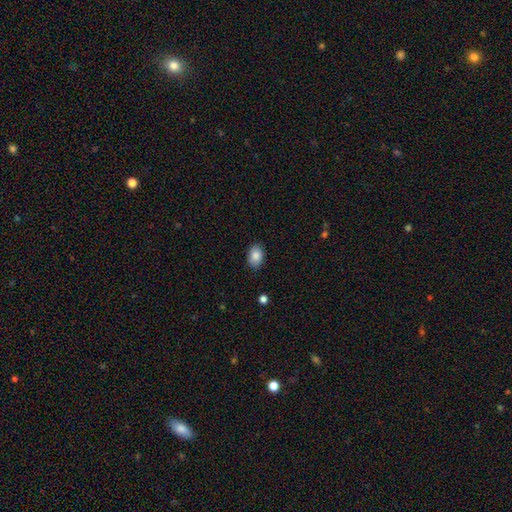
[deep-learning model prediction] The model was most divided on "how rounded": in between: 82%, round: 17%, cigar-shaped: 1%. More confident: smooth or featured — smooth (86%); merging — none (85%).